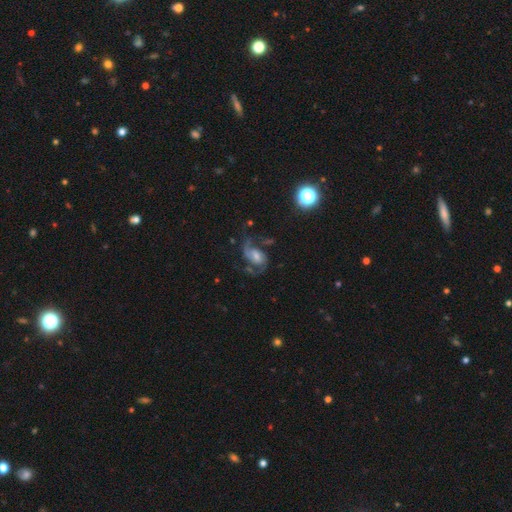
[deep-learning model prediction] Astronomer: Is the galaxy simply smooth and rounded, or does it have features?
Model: featured or disk — 82%.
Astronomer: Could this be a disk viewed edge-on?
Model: no — 97%.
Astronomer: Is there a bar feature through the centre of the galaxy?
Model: no — 46% (runner-up: weak, 40%).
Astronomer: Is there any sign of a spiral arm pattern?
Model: yes — 95%.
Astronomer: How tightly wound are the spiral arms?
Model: medium — 51% (runner-up: loose, 34%).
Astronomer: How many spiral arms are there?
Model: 2 — 87%.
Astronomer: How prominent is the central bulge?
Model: moderate — 44% (runner-up: small, 36%).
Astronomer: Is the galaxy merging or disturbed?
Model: none — 58%.